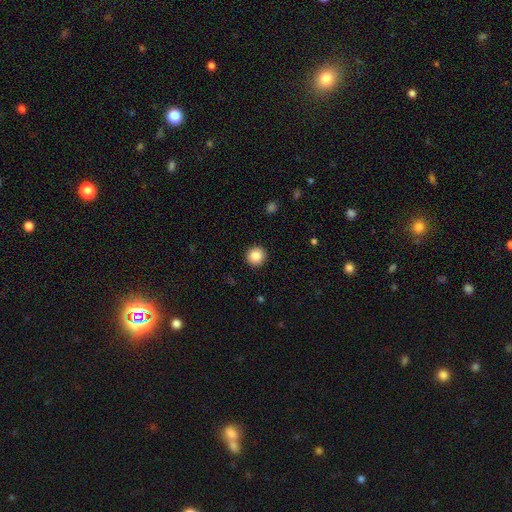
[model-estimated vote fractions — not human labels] Q: Smooth or featured?
A: smooth (85%); runner-up: star or artifact (9%)
Q: How rounded?
A: round (96%); runner-up: in between (3%)
Q: Merging?
A: none (93%); runner-up: minor disturbance (4%)